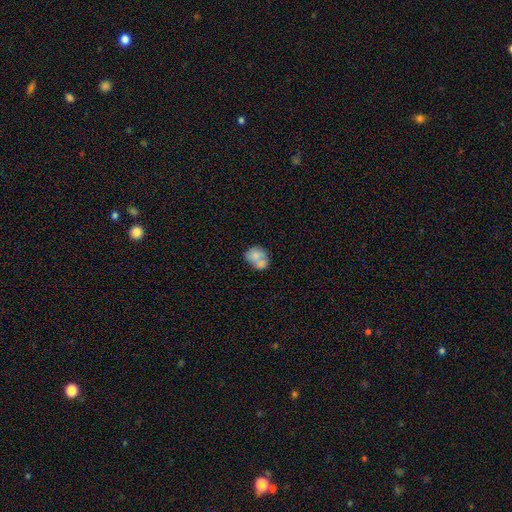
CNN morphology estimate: A smooth galaxy with no disk features (67%) that is round (54%).

Vote fractions:
- Smooth or featured? smooth: 67% / featured or disk: 25% / star or artifact: 8%
- How rounded? round: 54% / in between: 45% / cigar-shaped: 1%
- Merging? merger: 48% / none: 30% / minor disturbance: 15% / major disturbance: 7%